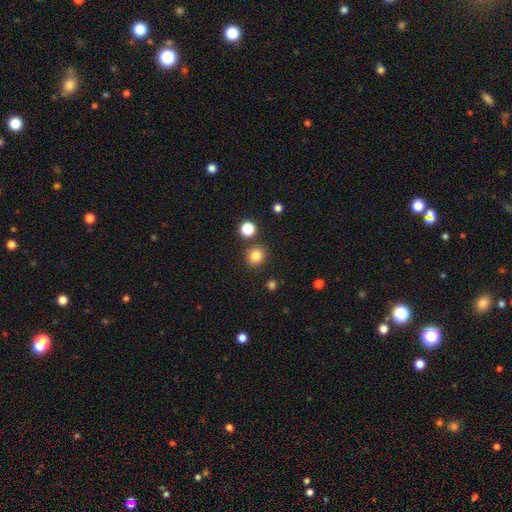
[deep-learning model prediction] Smooth or featured? smooth (83%)
How rounded? round (86%)
Merging? none (84%)